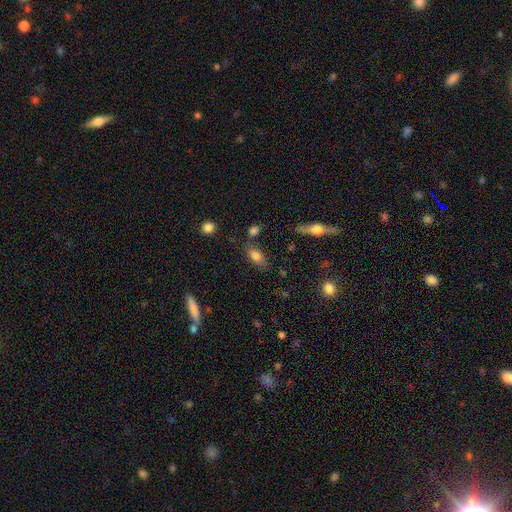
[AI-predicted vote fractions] Morphology: type=smooth (79%); roundness=in between (86%); merging=none (69%).